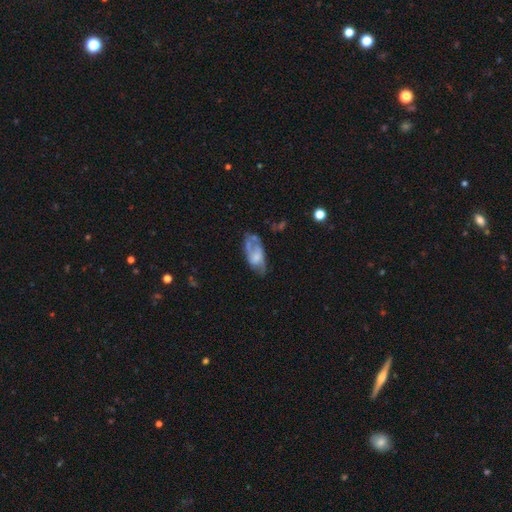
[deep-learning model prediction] Overall: featured or disk (56%; smooth 37%). Edge-on disk: no (93%). Bar: no (68%). Spiral arms: yes (63%; no 37%). Bulge size: small (38%; moderate 30%). Merging: none (45%; minor disturbance 27%).